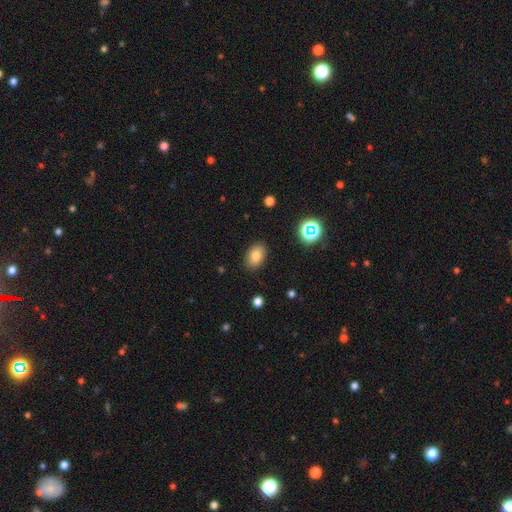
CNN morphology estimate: Q: Smooth or featured?
A: smooth (81%); runner-up: star or artifact (11%)
Q: How rounded?
A: in between (85%); runner-up: round (14%)
Q: Merging?
A: none (87%); runner-up: minor disturbance (9%)